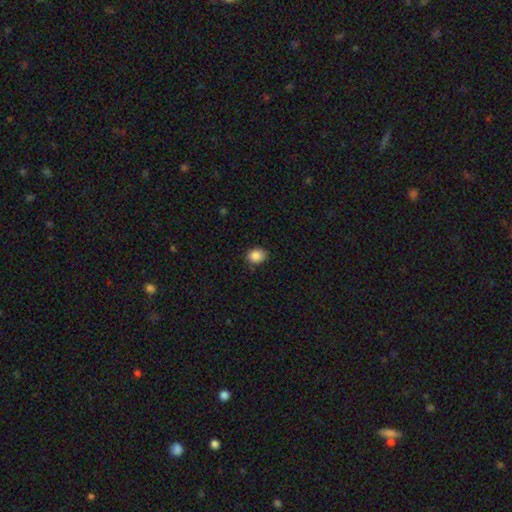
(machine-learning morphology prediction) smooth 87%, star or artifact 9%, featured or disk 4%. Down the decision tree: how rounded — round (50%); merging — none (84%).